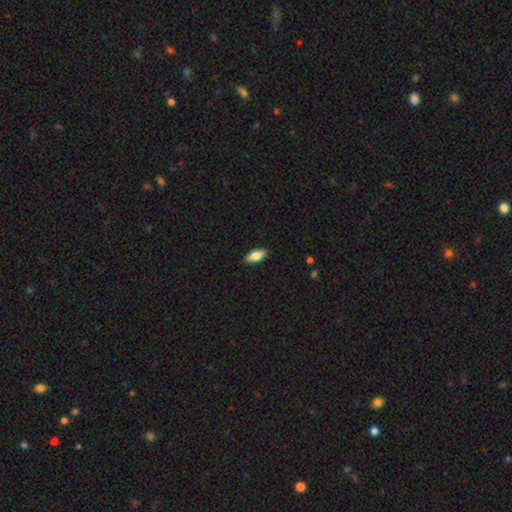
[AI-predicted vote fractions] Smooth or featured: smooth — 74% (featured or disk — 20%)
How rounded: in between — 79% (cigar-shaped — 19%)
Merging: none — 89% (minor disturbance — 8%)